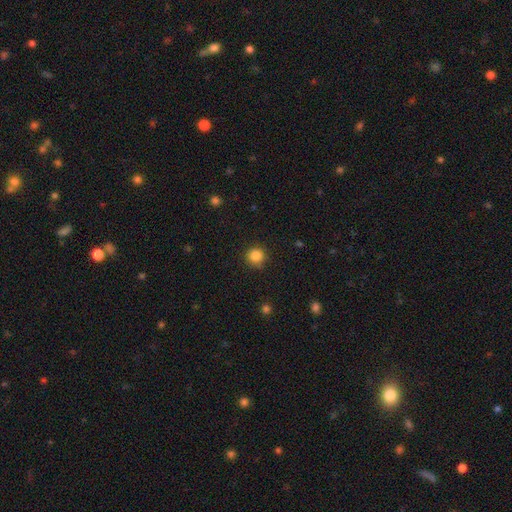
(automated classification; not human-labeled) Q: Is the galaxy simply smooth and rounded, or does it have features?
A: smooth — 85%.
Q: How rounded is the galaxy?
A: round — 94%.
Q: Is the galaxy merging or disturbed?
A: none — 87%.